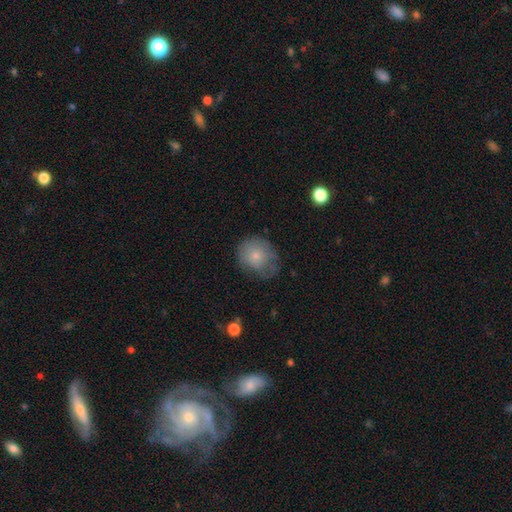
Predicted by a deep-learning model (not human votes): smooth-or-featured: smooth: 76% | featured or disk: 16% | star or artifact: 8%
  how-rounded: round: 71% | in between: 28% | cigar-shaped: 1%
  merging: none: 53% | minor disturbance: 31% | major disturbance: 15% | merger: 2%